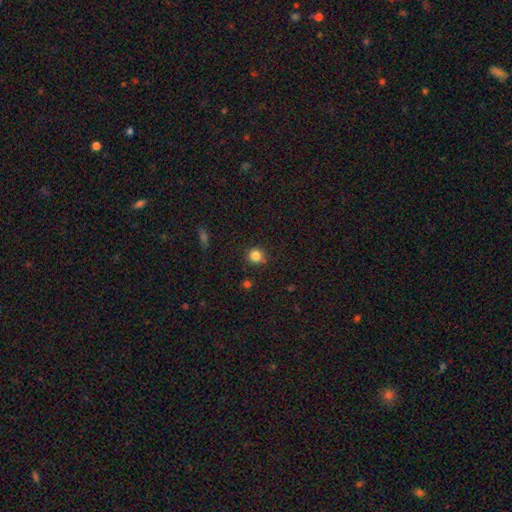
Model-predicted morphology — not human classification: This is clearly a smooth galaxy (84%). How rounded: clearly round (92%). Merging: clearly none (86%).